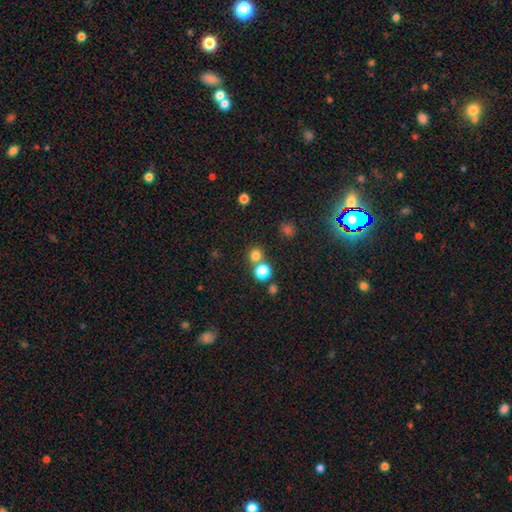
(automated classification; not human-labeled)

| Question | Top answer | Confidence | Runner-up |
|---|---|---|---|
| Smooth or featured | smooth | 75% | star or artifact (19%) |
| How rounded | round | 91% | in between (8%) |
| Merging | none | 67% | merger (24%) |